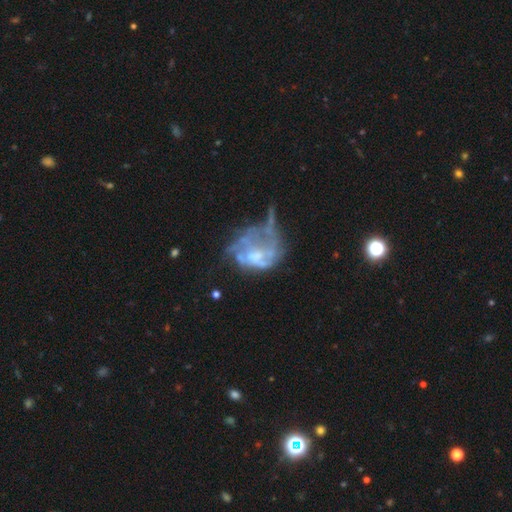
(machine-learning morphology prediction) The model was most divided on "bulge size": none: 40%, moderate: 29%, small: 23%, large: 6%, dominant: 2%. Remaining: edge-on disk — no (98%); bar — no (74%); smooth or featured — featured or disk (69%); spiral arms — no (63%); merging — major disturbance (45%).